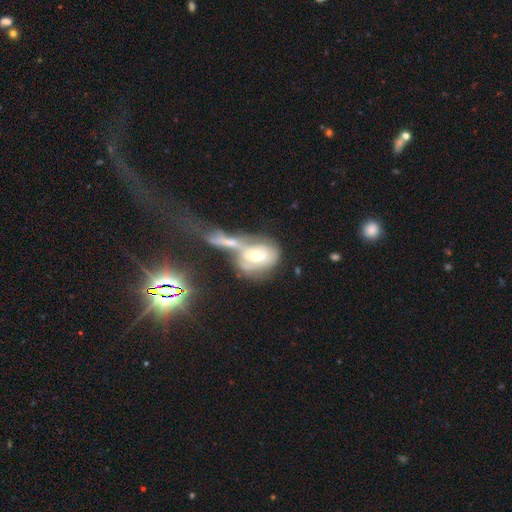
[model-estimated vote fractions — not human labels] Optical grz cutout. It shows a featured or disk galaxy (62%) with no bar (58%), spiral arms (58%) and a moderate central bulge (66%). Merging: merger (62%).